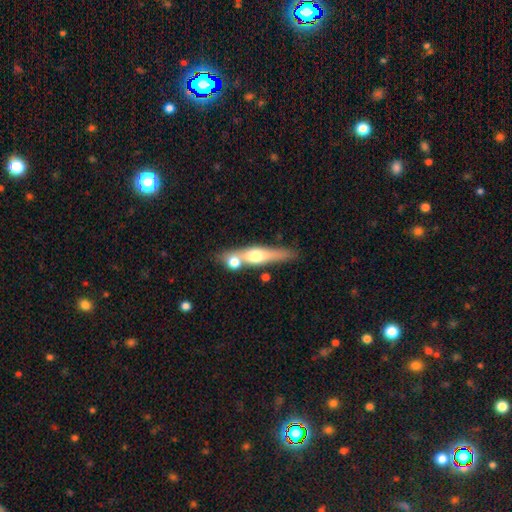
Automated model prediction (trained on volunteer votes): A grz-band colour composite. It shows a featured or disk galaxy (49%). Merging: none (49%).